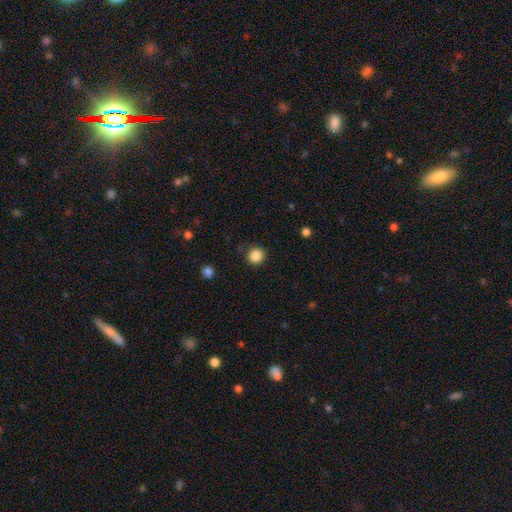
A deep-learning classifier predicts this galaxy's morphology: Smooth or featured? Predicted: smooth (p=0.86). How rounded? Predicted: round (p=0.92). Merging? Predicted: none (p=0.87).